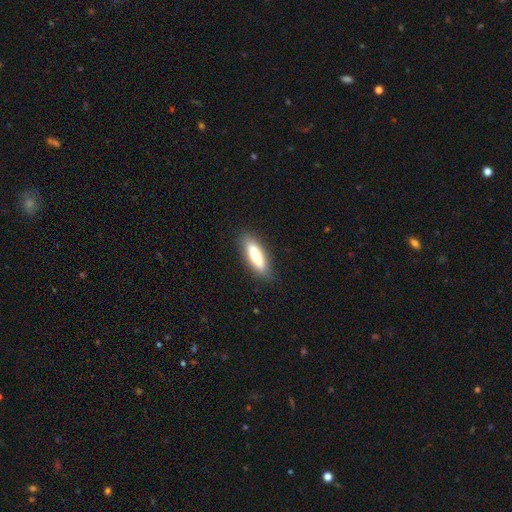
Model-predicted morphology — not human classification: A smooth galaxy with no disk features (68%) that is cigar-shaped (54%).

Vote fractions:
- Smooth or featured? smooth: 68% / featured or disk: 26% / star or artifact: 6%
- How rounded? cigar-shaped: 54% / in between: 44% / round: 2%
- Merging? none: 87% / minor disturbance: 10% / major disturbance: 2% / merger: 1%